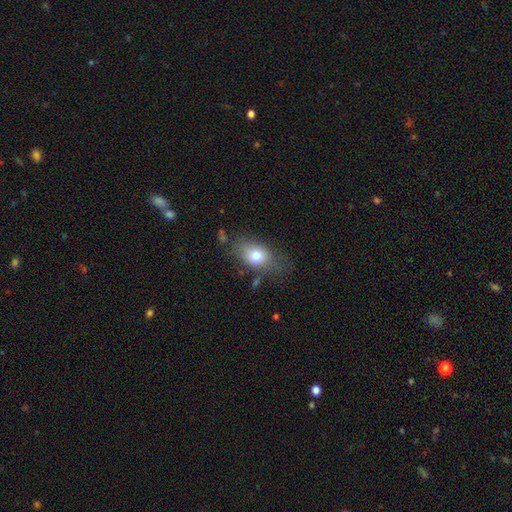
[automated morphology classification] Smooth or featured? Predicted: smooth (p=0.76). How rounded? Predicted: in between (p=0.80). Merging? Predicted: none (p=0.61).